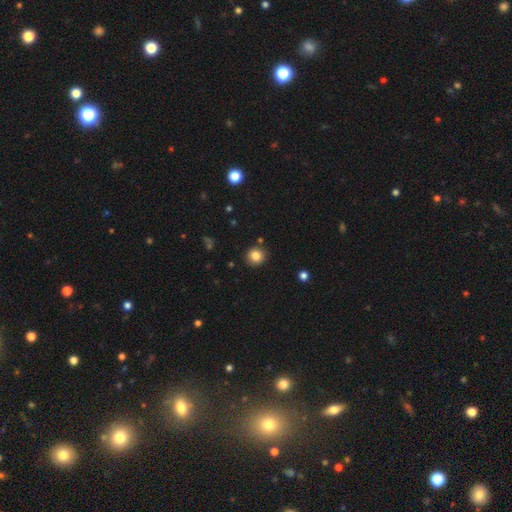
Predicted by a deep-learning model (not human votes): smooth 84%, star or artifact 11%, featured or disk 5%. Down the decision tree: how rounded — round (91%); merging — none (89%).